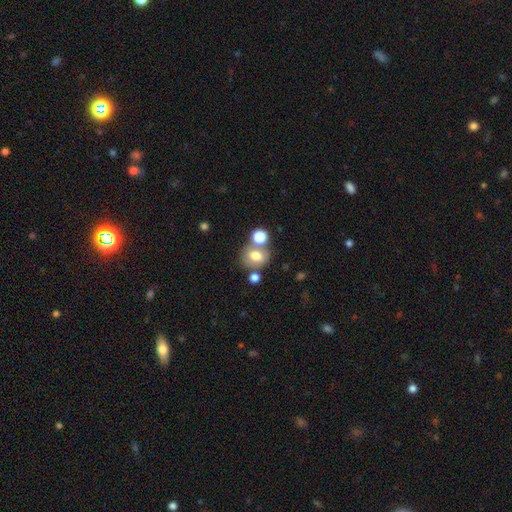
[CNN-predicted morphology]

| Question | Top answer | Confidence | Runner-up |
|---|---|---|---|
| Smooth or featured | smooth | 67% | featured or disk (20%) |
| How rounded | round | 53% | in between (46%) |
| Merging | none | 50% | merger (30%) |